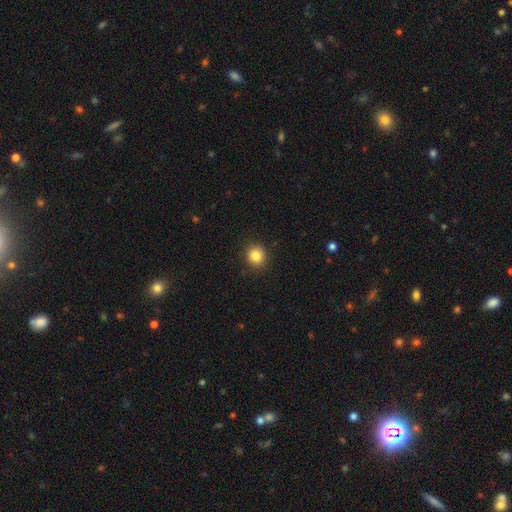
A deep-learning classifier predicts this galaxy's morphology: smooth-or-featured: smooth: 85% | star or artifact: 10% | featured or disk: 5%
  how-rounded: round: 88% | in between: 11% | cigar-shaped: 1%
  merging: none: 91% | minor disturbance: 6% | major disturbance: 2% | merger: 1%